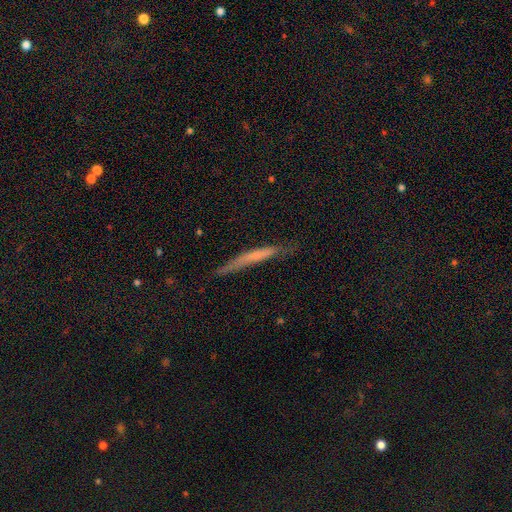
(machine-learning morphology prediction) Smooth or featured? Predicted: smooth (p=0.50). Merging? Predicted: none (p=0.67).